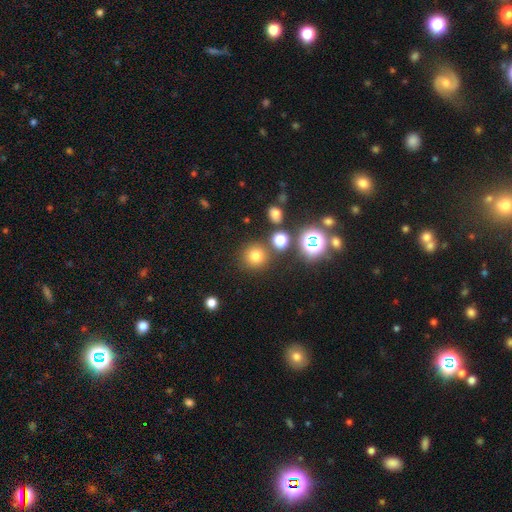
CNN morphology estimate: Smooth or featured? Predicted: smooth (p=0.72). How rounded? Predicted: round (p=0.93). Merging? Predicted: none (p=0.82).